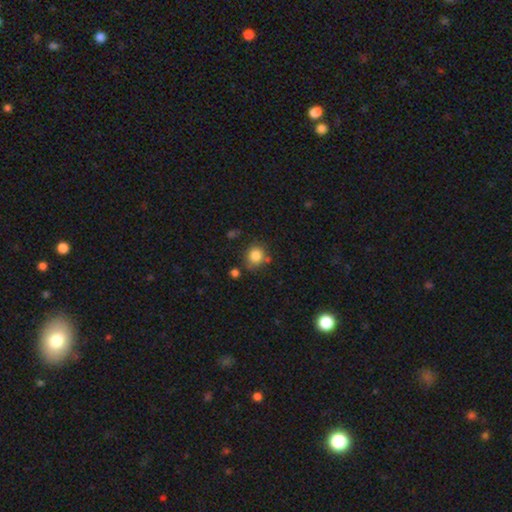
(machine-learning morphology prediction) smooth 84%, star or artifact 10%, featured or disk 6%. Down the decision tree: how rounded — round (78%); merging — none (72%).